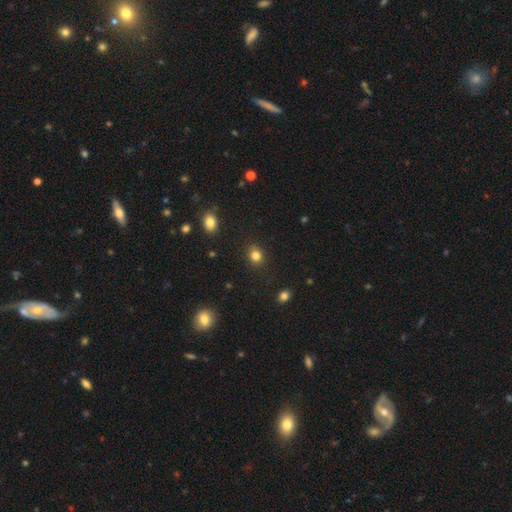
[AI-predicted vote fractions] Smooth or featured?
  - smooth: 82% *
  - star or artifact: 12%
  - featured or disk: 6%
How rounded?
  - round: 67% *
  - in between: 32%
  - cigar-shaped: 1%
Merging?
  - none: 86% *
  - minor disturbance: 10%
  - major disturbance: 3%
  - merger: 2%